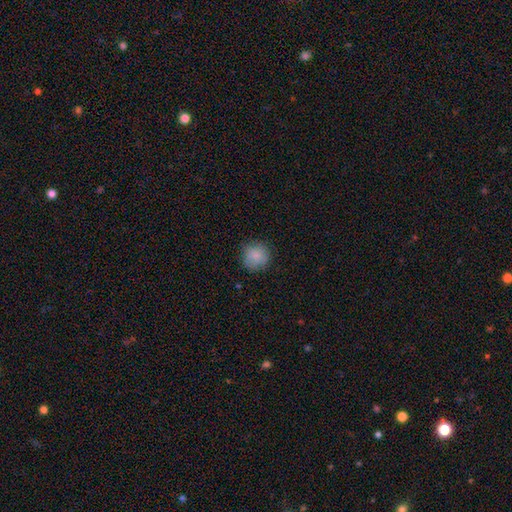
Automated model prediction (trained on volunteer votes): A smooth galaxy with no disk features (85%) that is round (92%). Merging: none (82%).